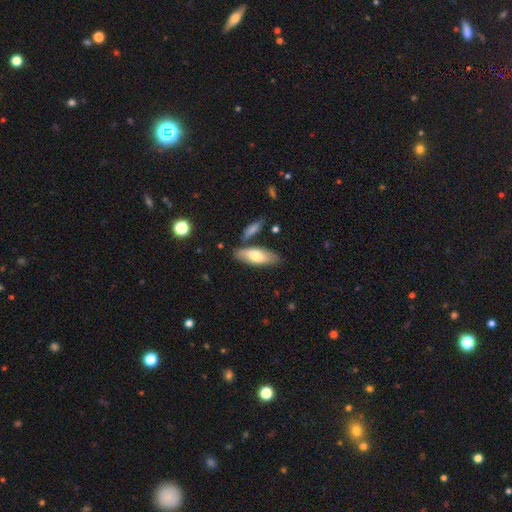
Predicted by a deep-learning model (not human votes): Smooth or featured? smooth (67%)
How rounded? in between (68%)
Merging? none (73%)